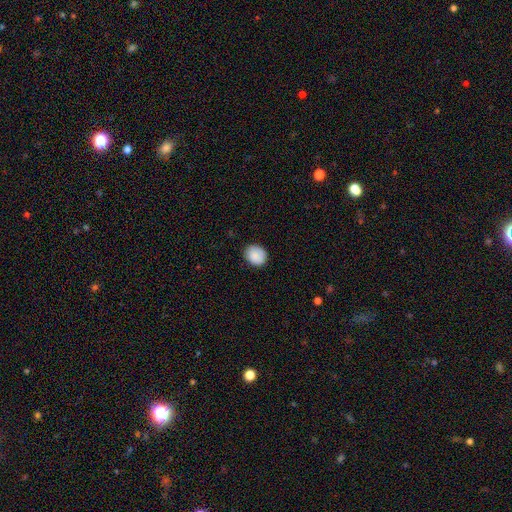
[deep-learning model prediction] The model was most divided on "how rounded": round: 72%, in between: 27%, cigar-shaped: 1%. More confident: smooth or featured — smooth (88%); merging — none (86%).